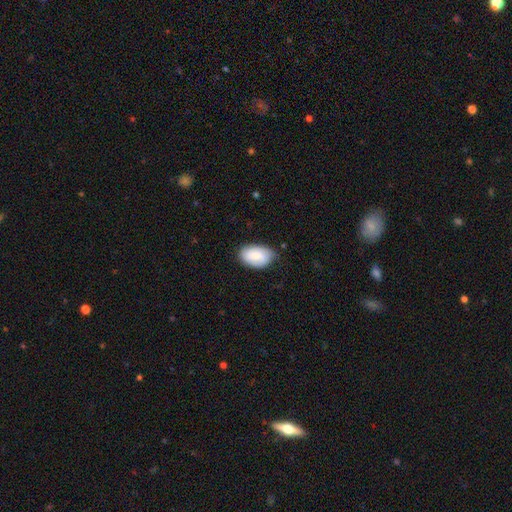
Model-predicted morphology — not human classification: A smooth galaxy with no disk features (71%) that is in between round and cigar-shaped (90%).

Vote fractions:
- Smooth or featured? smooth: 71% / featured or disk: 23% / star or artifact: 6%
- How rounded? in between: 90% / round: 8% / cigar-shaped: 1%
- Merging? none: 71% / minor disturbance: 24% / major disturbance: 4% / merger: 1%